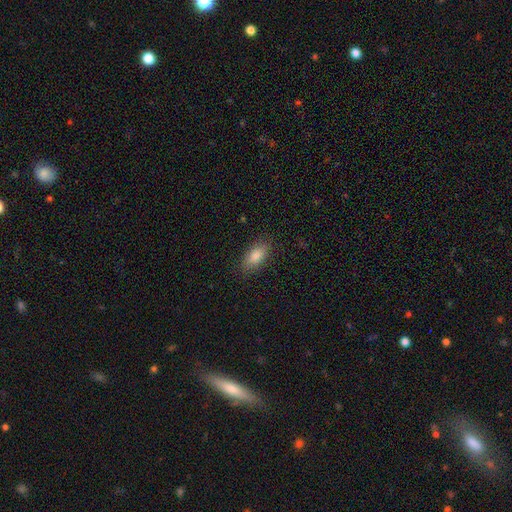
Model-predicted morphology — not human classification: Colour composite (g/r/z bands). It shows a smooth galaxy with no disk features (84%) that is in between round and cigar-shaped (88%). Merging: none (86%).